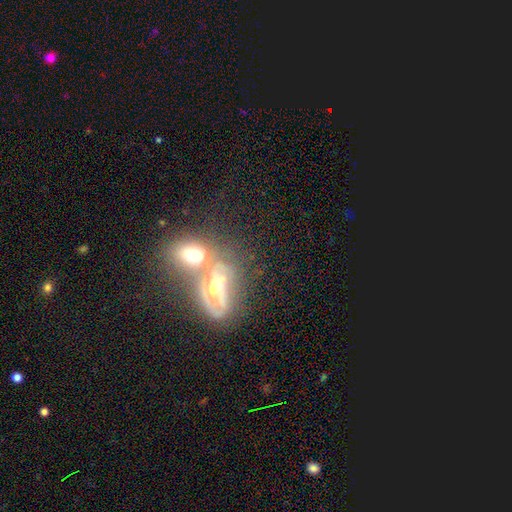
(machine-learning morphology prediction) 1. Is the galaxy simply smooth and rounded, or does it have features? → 53% featured or disk, 29% smooth, 18% star or artifact.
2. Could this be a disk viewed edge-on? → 84% no, 16% yes.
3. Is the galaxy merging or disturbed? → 66% merger, 20% none, 7% minor disturbance, 6% major disturbance.